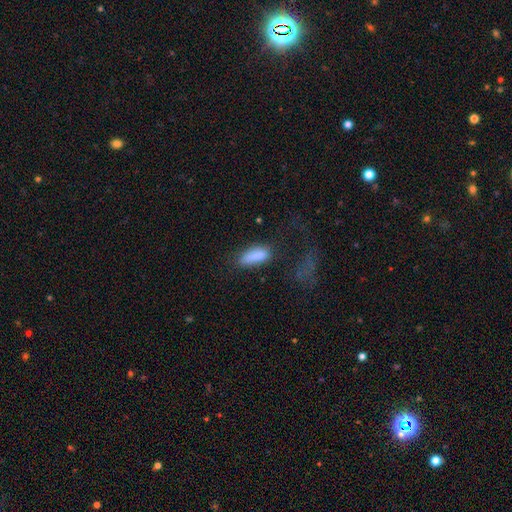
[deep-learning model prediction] smooth-or-featured: smooth: 84% | star or artifact: 8% | featured or disk: 7%
  how-rounded: in between: 67% | cigar-shaped: 30% | round: 3%
  merging: none: 59% | minor disturbance: 24% | major disturbance: 12% | merger: 4%